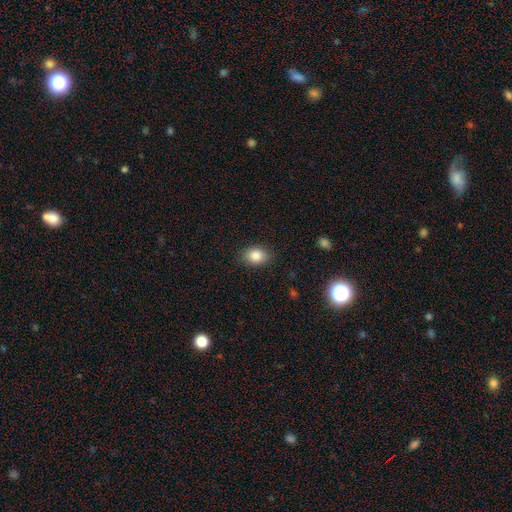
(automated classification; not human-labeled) smooth-or-featured: smooth: 85% | star or artifact: 9% | featured or disk: 6%
  how-rounded: in between: 68% | round: 31% | cigar-shaped: 1%
  merging: none: 86% | minor disturbance: 10% | major disturbance: 3% | merger: 1%